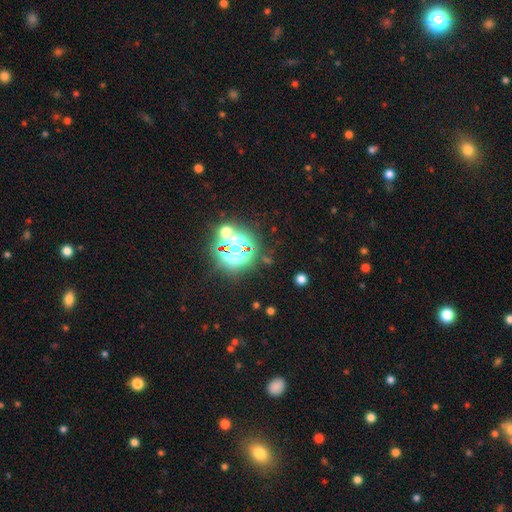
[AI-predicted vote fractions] Morphology: type=star or artifact (81%).